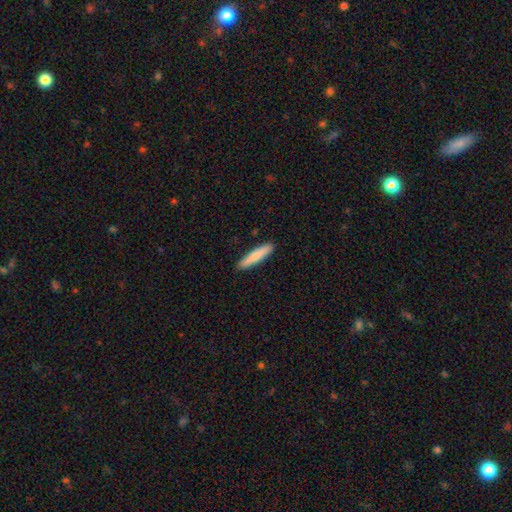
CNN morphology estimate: Q: Smooth or featured?
A: smooth (79%); runner-up: featured or disk (16%)
Q: How rounded?
A: cigar-shaped (90%); runner-up: in between (9%)
Q: Merging?
A: none (91%); runner-up: minor disturbance (6%)